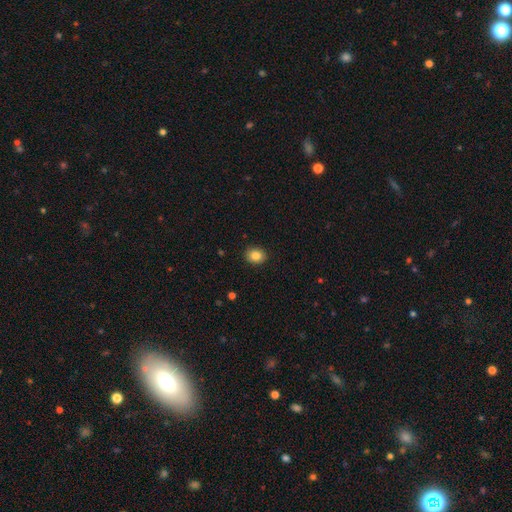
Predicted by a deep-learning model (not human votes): This is clearly a smooth galaxy (85%). How rounded: possibly round (52%). Merging: clearly none (90%).